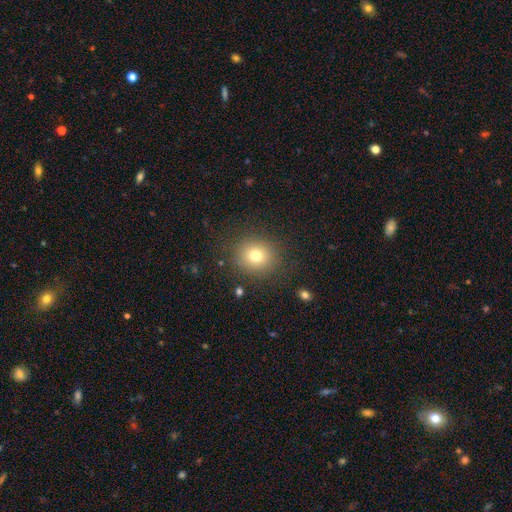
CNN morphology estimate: This is likely a smooth galaxy (76%). How rounded: clearly round (83%). Merging: clearly none (86%).